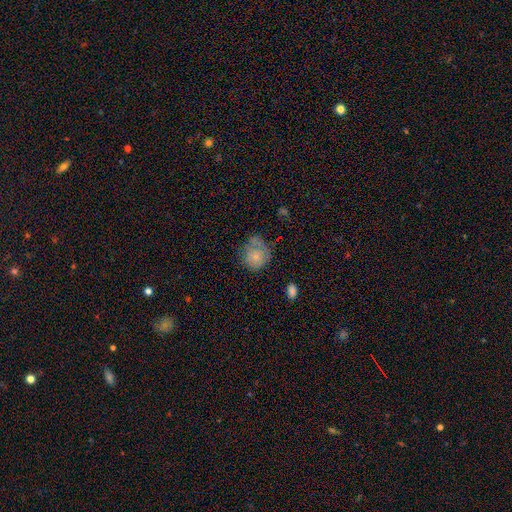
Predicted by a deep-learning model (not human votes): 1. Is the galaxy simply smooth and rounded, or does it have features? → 69% smooth, 22% featured or disk, 9% star or artifact.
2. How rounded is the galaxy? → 77% round, 22% in between, 1% cigar-shaped.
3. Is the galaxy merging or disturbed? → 49% none, 28% minor disturbance, 14% major disturbance, 9% merger.